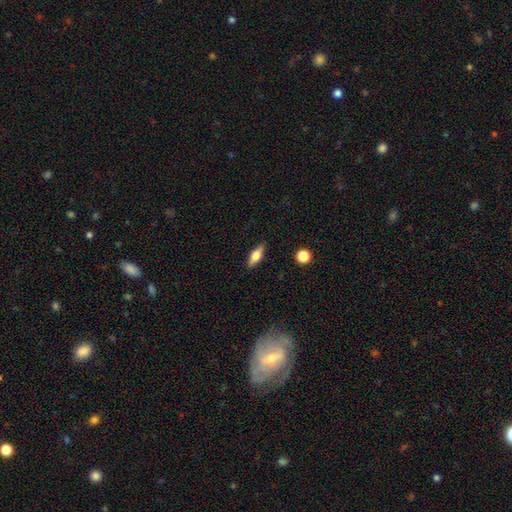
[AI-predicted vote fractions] This is possibly a smooth galaxy (57%). How rounded: likely in between (63%). Merging: clearly none (88%).